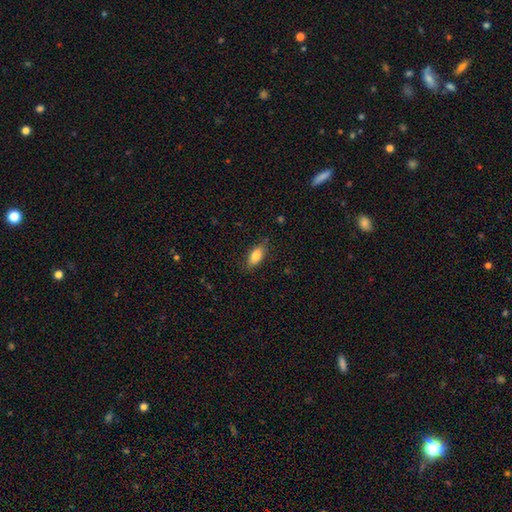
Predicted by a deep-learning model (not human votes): This is clearly a smooth galaxy (83%). How rounded: clearly in between (87%). Merging: clearly none (81%).